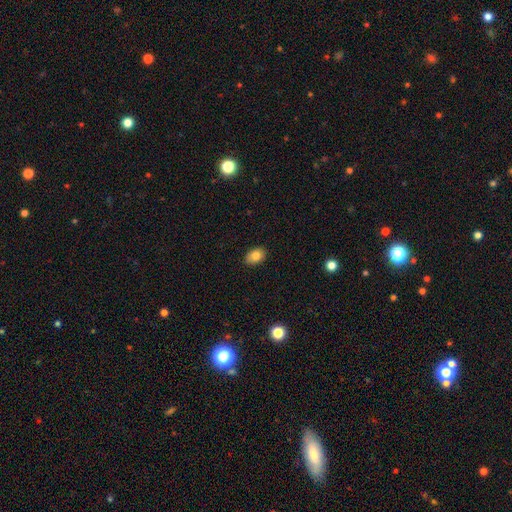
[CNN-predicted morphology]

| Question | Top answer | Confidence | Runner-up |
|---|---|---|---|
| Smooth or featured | smooth | 81% | featured or disk (11%) |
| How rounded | in between | 82% | round (17%) |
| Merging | none | 87% | minor disturbance (10%) |